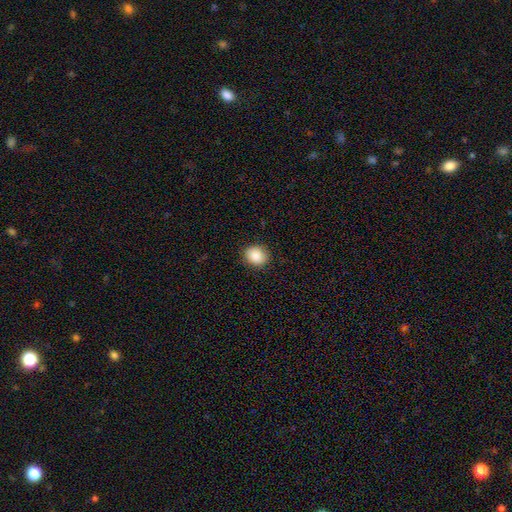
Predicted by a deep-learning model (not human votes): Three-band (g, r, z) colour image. It shows a smooth galaxy with no disk features (88%) that is round (71%). Merging: none (88%).